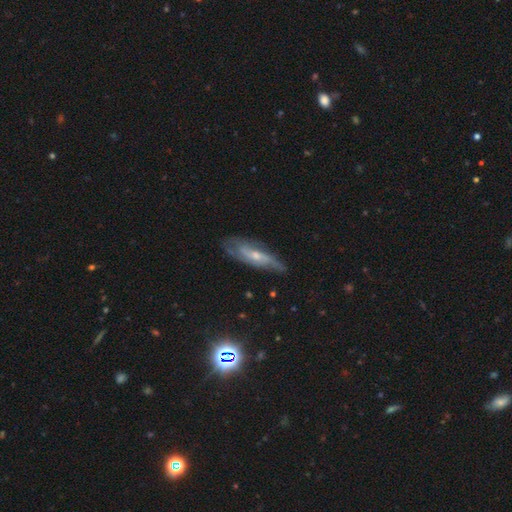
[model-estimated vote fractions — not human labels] Smooth or featured: featured or disk — 70% (smooth — 22%)
Edge-on disk: no — 73% (yes — 27%)
Bar: no — 55% (weak — 35%)
Spiral arms: yes — 84% (no — 16%)
Bulge size: small — 52% (moderate — 41%)
Merging: none — 65% (minor disturbance — 24%)